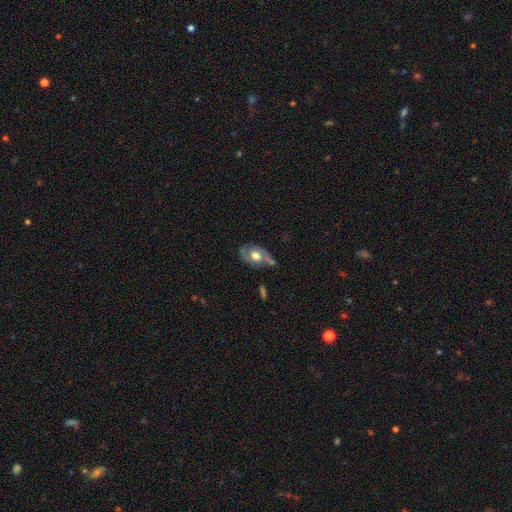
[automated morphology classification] This appears to be a featured or disk galaxy (57%) with no bar (73%), spiral arms (66%) and a moderate central bulge (55%). Merging: none (51%).